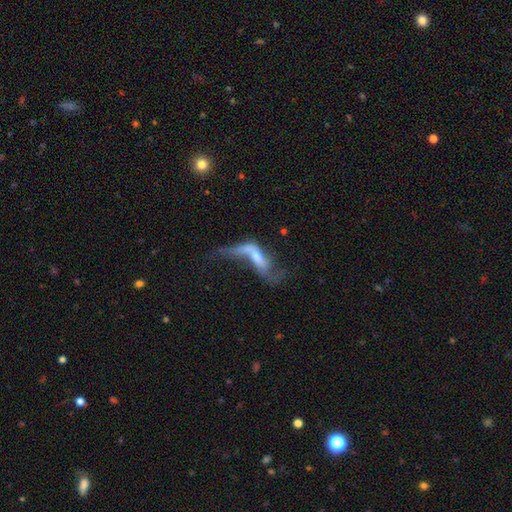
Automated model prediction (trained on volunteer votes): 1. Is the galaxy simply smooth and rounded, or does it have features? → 56% featured or disk, 35% smooth, 9% star or artifact.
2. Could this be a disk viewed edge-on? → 83% no, 17% yes.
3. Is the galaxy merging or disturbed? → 38% major disturbance, 36% merger, 15% none, 11% minor disturbance.